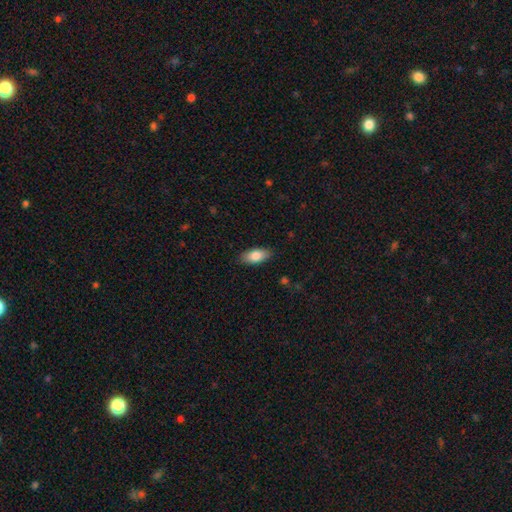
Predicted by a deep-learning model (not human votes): smooth 82%, featured or disk 12%, star or artifact 6%. Down the decision tree: how rounded — in between (87%); merging — none (87%).